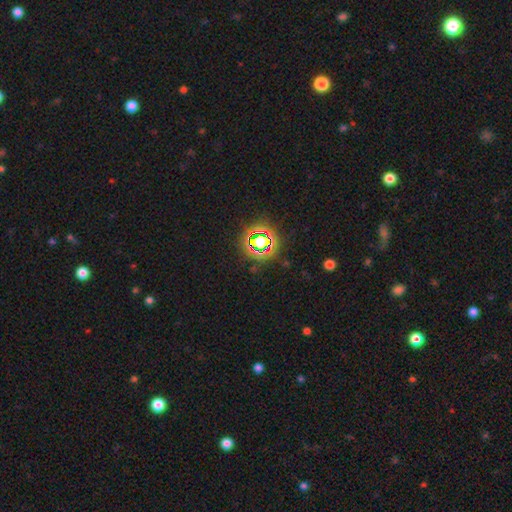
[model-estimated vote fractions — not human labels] Q: Smooth or featured?
A: star or artifact (79%); runner-up: smooth (14%)